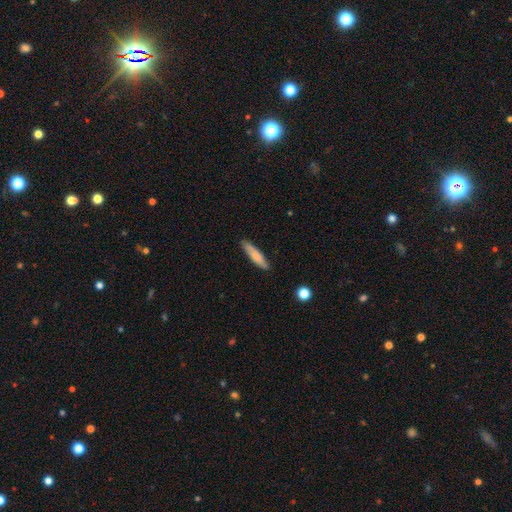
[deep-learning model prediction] Q: Smooth or featured?
A: smooth (77%); runner-up: featured or disk (17%)
Q: How rounded?
A: cigar-shaped (82%); runner-up: in between (16%)
Q: Merging?
A: none (86%); runner-up: minor disturbance (11%)